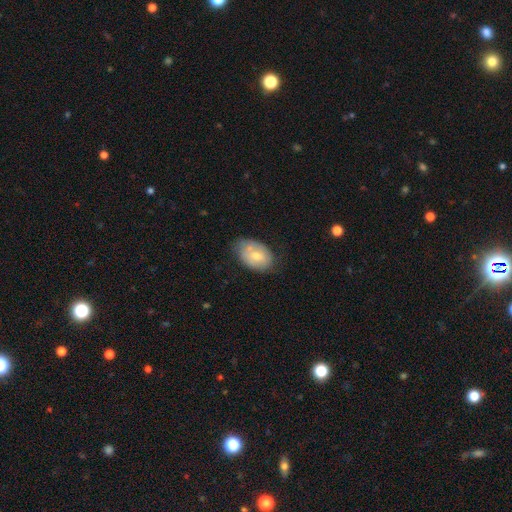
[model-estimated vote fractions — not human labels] smooth 66%, featured or disk 27%, star or artifact 7%. Down the decision tree: how rounded — in between (86%); merging — none (57%).